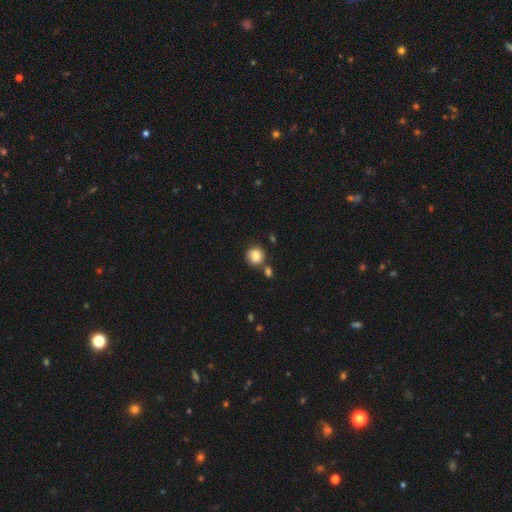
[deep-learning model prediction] Q: Smooth or featured?
A: smooth (85%); runner-up: star or artifact (9%)
Q: How rounded?
A: round (87%); runner-up: in between (12%)
Q: Merging?
A: none (66%); runner-up: merger (17%)